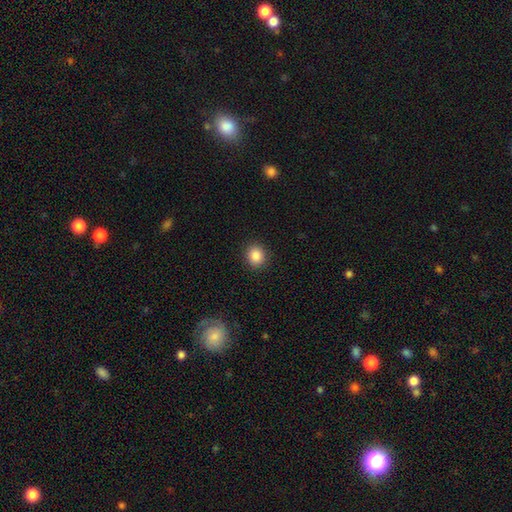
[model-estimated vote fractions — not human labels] smooth-or-featured: smooth: 87% | star or artifact: 9% | featured or disk: 4%
  how-rounded: round: 76% | in between: 23% | cigar-shaped: 1%
  merging: none: 90% | minor disturbance: 6% | major disturbance: 2% | merger: 1%